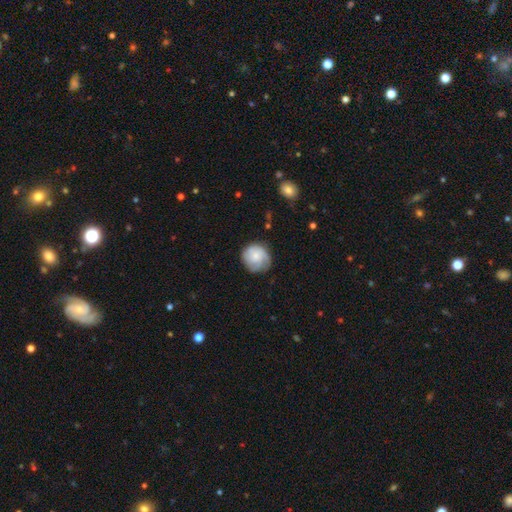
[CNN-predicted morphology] smooth_or_featured: smooth (p=0.46) [tied with: featured or disk p=0.46]
merging: none (p=0.70) [alt: minor disturbance p=0.21]